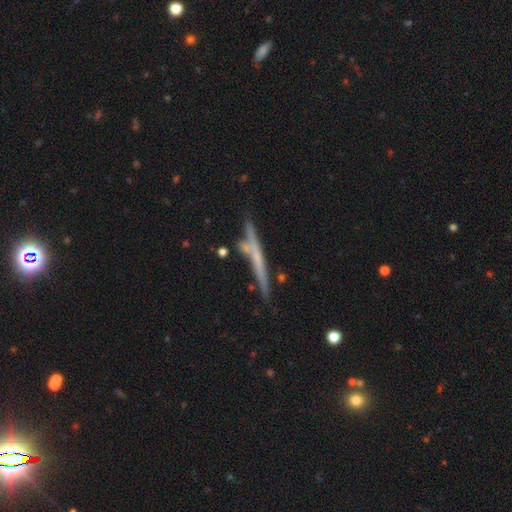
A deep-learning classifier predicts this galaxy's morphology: Smooth or featured: featured or disk — 59% (smooth — 33%)
Edge-on disk: yes — 95% (no — 5%)
Edge-on bulge: none — 77% (rounded — 16%)
Merging: none — 70% (minor disturbance — 16%)